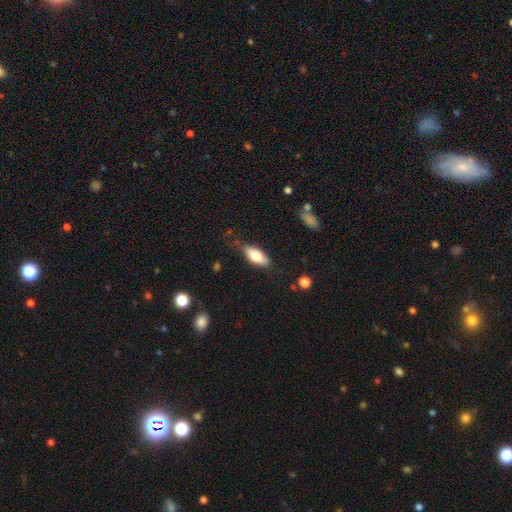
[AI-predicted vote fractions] smooth_or_featured: smooth (p=0.72) [alt: featured or disk p=0.22]
how_rounded: in between (p=0.79) [alt: cigar-shaped p=0.19]
merging: none (p=0.70) [alt: minor disturbance p=0.23]